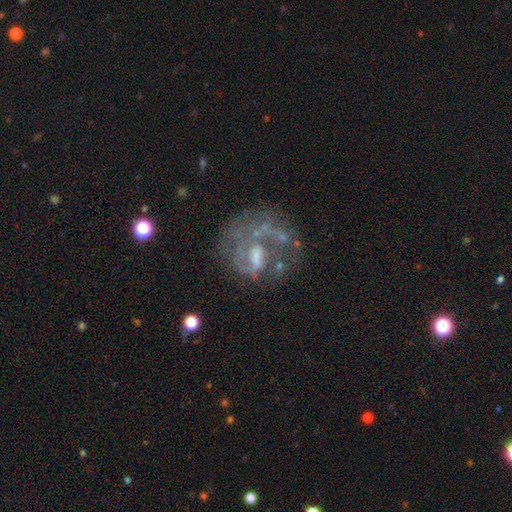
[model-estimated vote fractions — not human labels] Smooth or featured?
  - featured or disk: 72% *
  - smooth: 16%
  - star or artifact: 12%
Edge-on disk?
  - no: 98% *
  - yes: 2%
Bar?
  - no: 51% *
  - weak: 37%
  - strong: 12%
Spiral arms?
  - yes: 54% *
  - no: 46%
Bulge size?
  - none: 34% *
  - moderate: 32%
  - small: 28%
  - large: 5%
  - dominant: 1%
Merging?
  - none: 38% * (tied)
  - major disturbance: 38% * (tied)
  - minor disturbance: 16%
  - merger: 8%